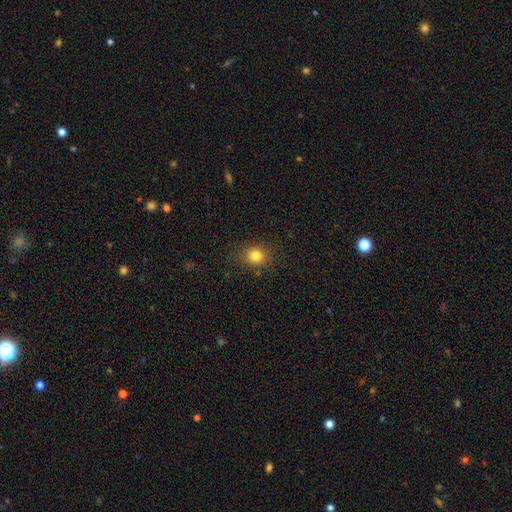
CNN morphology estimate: This appears to be a smooth galaxy with no disk features (80%) that is round (75%). Merging: none (84%).